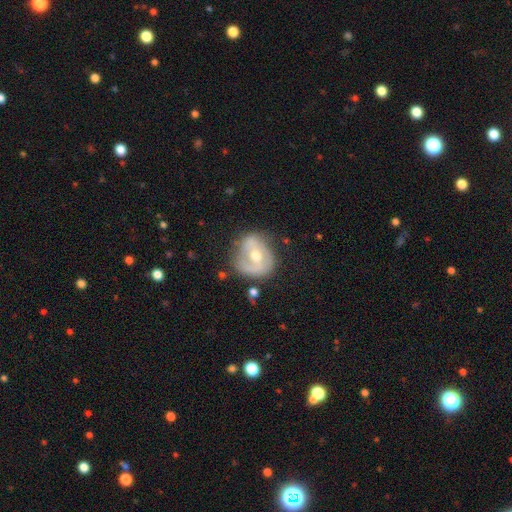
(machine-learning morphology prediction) The model was most divided on "bar": weak: 39%, no: 38%, strong: 23%. More confident: edge-on disk — no (96%); spiral arms — yes (69%); smooth or featured — featured or disk (69%); bulge size — moderate (69%); merging — none (64%).